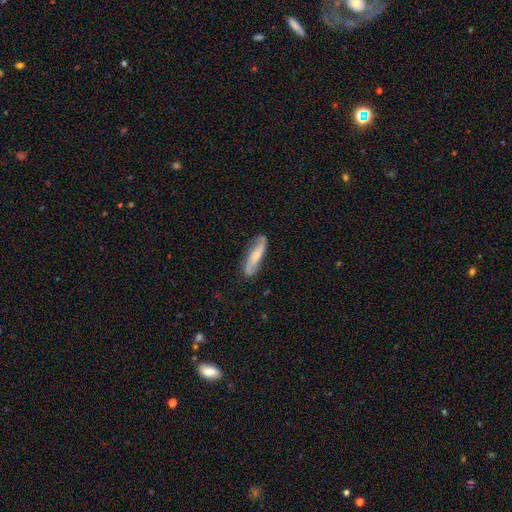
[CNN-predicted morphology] Smooth or featured? featured or disk (53%)
Edge-on disk? no (71%)
Merging? none (78%)